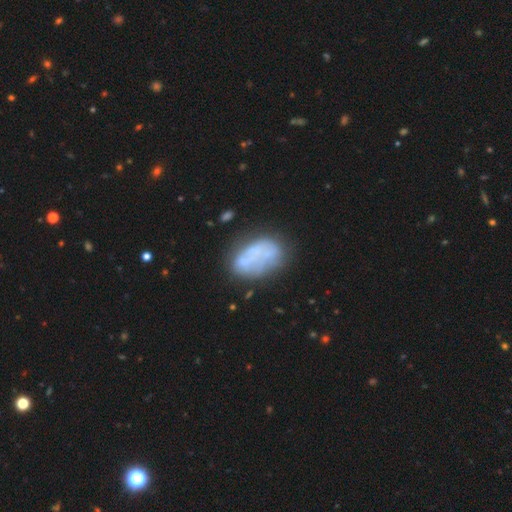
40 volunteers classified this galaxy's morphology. This appears to be a smooth galaxy with no disk features (57%) that is in between round and cigar-shaped (96%). Merging: none (39%).